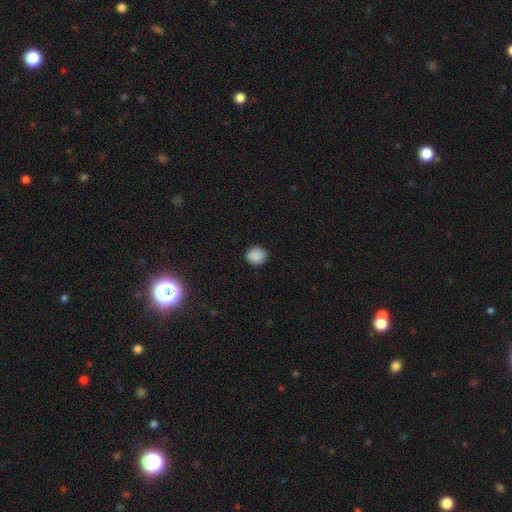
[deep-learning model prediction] smooth 88%, star or artifact 9%, featured or disk 3%. Down the decision tree: how rounded — round (84%); merging — none (89%).